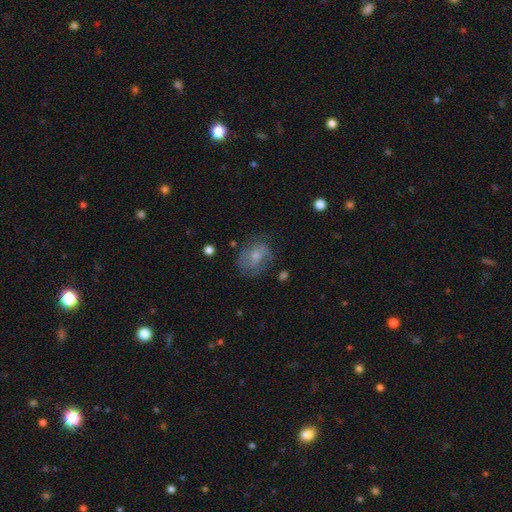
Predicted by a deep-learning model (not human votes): A smooth galaxy with no disk features (53%) that is in between round and cigar-shaped (54%). Merging: none (56%).